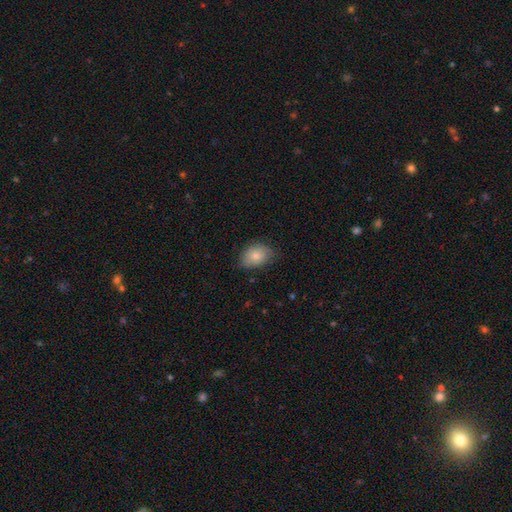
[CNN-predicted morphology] smooth_or_featured: smooth (p=0.82) [alt: featured or disk p=0.11]
how_rounded: in between (p=0.77) [alt: round p=0.22]
merging: none (p=0.69) [alt: minor disturbance p=0.26]